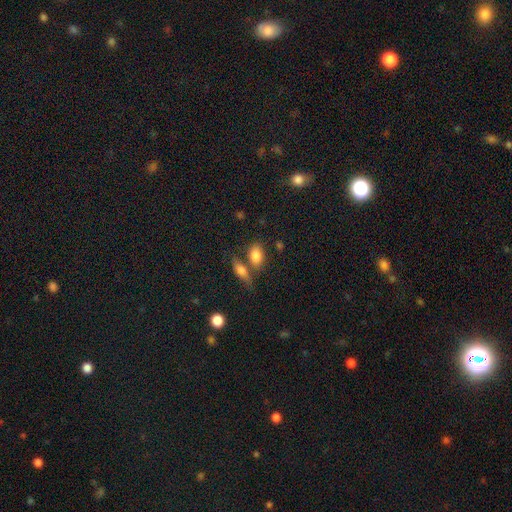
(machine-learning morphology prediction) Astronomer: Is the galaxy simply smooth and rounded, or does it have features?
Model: smooth — 83%.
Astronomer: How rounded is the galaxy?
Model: in between — 85%.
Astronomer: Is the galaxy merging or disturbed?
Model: none — 58%.